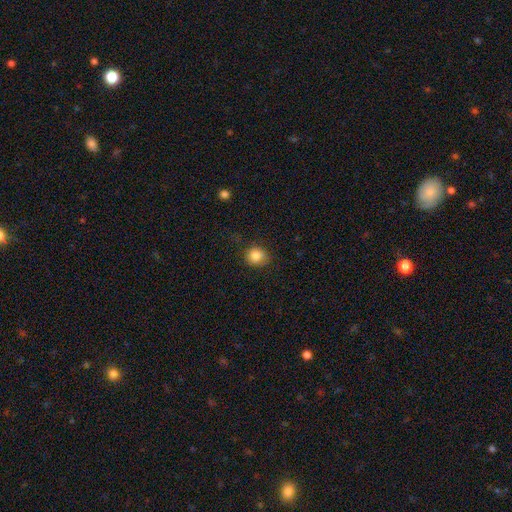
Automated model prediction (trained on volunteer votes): smooth_or_featured: smooth (p=0.84) [alt: star or artifact p=0.10]
how_rounded: round (p=0.77) [alt: in between p=0.22]
merging: none (p=0.77) [alt: minor disturbance p=0.17]